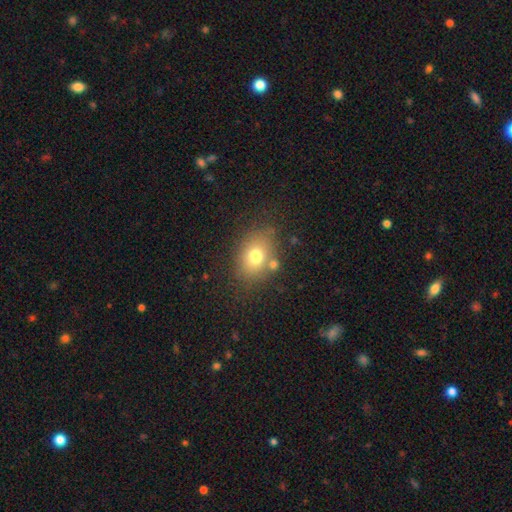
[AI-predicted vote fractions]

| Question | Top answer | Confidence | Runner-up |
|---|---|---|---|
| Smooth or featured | smooth | 72% | featured or disk (14%) |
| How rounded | in between | 58% | round (41%) |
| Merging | none | 73% | minor disturbance (13%) |